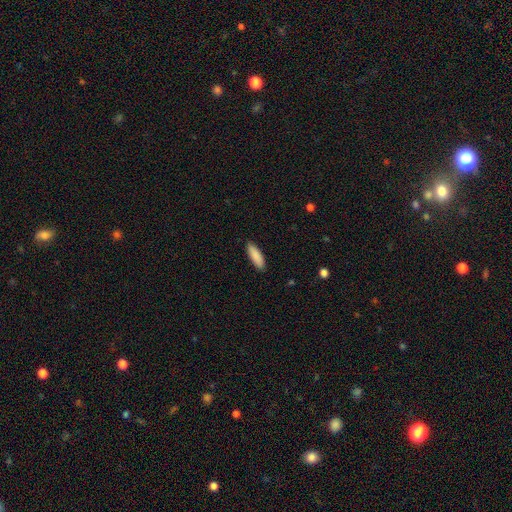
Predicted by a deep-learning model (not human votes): smooth-or-featured: smooth: 89% | star or artifact: 6% | featured or disk: 6%
  how-rounded: in between: 50% | cigar-shaped: 49% | round: 1%
  merging: none: 89% | minor disturbance: 8% | major disturbance: 2% | merger: 1%